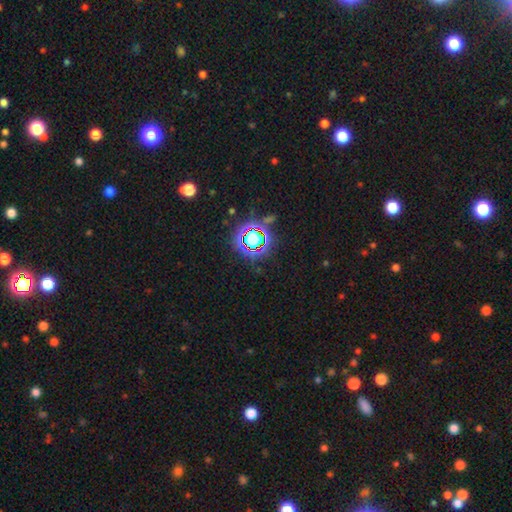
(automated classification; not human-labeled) Smooth or featured? star or artifact (81%)